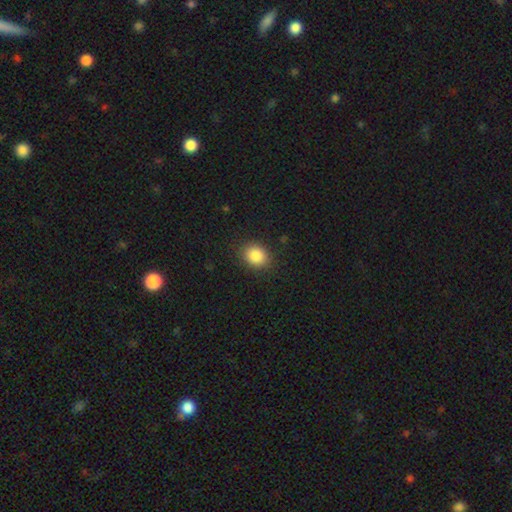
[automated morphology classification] Smooth or featured: smooth — 86% (star or artifact — 9%)
How rounded: round — 56% (in between — 43%)
Merging: none — 87% (minor disturbance — 9%)